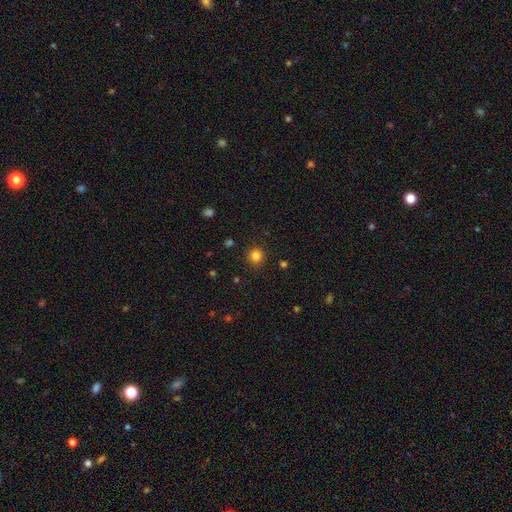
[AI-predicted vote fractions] smooth-or-featured: smooth: 82% | star or artifact: 13% | featured or disk: 4%
  how-rounded: round: 91% | in between: 8% | cigar-shaped: 1%
  merging: none: 90% | minor disturbance: 7% | major disturbance: 2% | merger: 1%